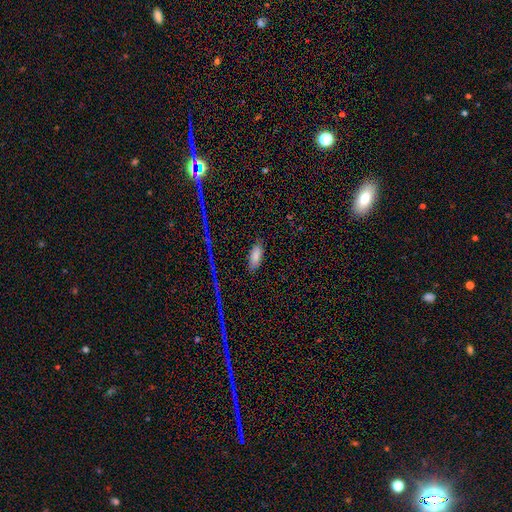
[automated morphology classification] The model was most divided on "merging": none: 80%, minor disturbance: 15%, major disturbance: 4%, merger: 2%. More confident: how rounded — in between (84%); smooth or featured — smooth (80%).